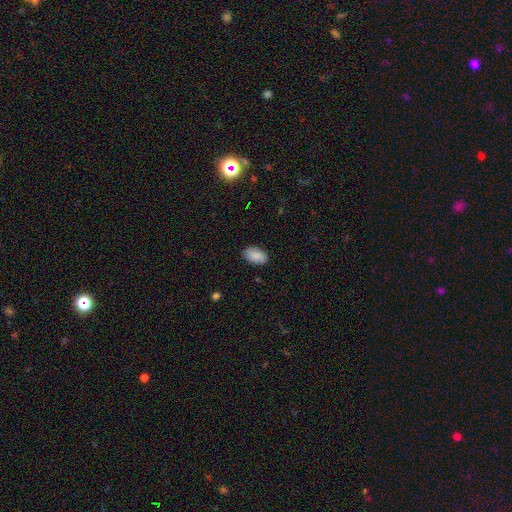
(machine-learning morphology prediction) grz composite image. It shows a smooth galaxy with no disk features (86%) that is in between round and cigar-shaped (92%). Merging: none (85%).